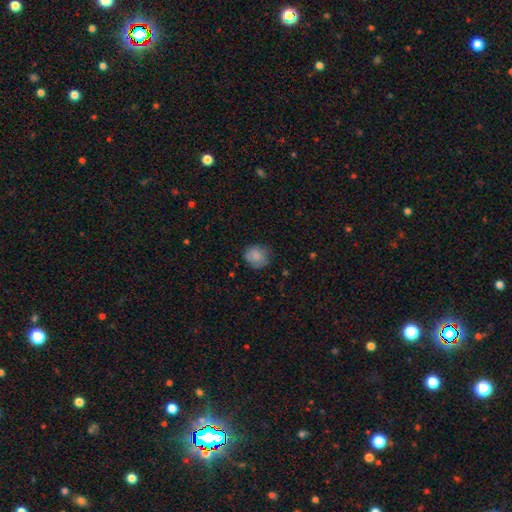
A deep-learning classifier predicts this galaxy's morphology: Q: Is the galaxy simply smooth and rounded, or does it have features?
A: smooth — 83%.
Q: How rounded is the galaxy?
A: round — 80%.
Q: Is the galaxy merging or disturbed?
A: none — 73%.